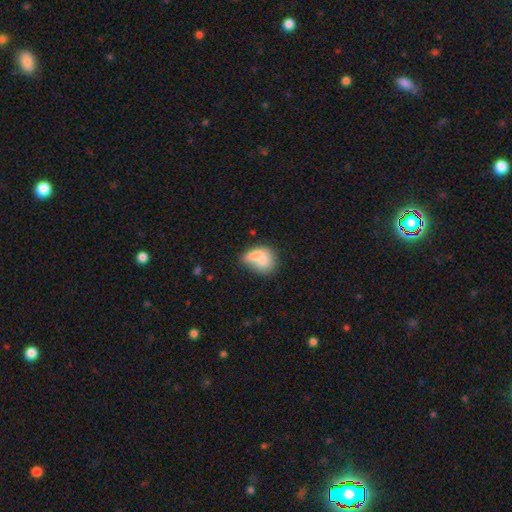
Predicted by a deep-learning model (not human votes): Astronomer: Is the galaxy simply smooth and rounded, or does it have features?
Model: smooth — 70%.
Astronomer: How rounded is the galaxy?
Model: in between — 59% (runner-up: round, 38%).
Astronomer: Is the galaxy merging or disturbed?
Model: merger — 42% (runner-up: none, 30%).